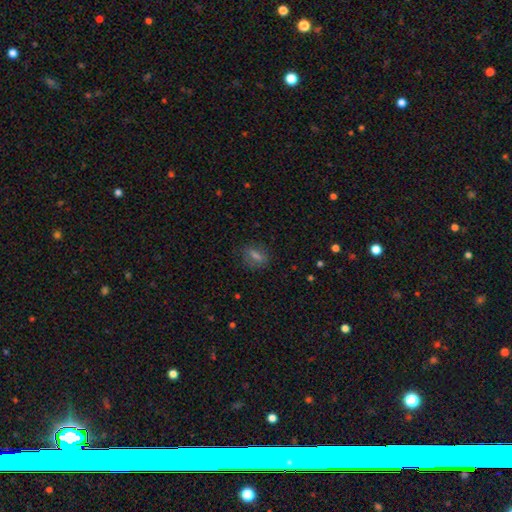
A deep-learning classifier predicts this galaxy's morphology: Smooth or featured? Predicted: smooth (p=0.57). How rounded? Predicted: in between (p=0.60). Merging? Predicted: none (p=0.81).